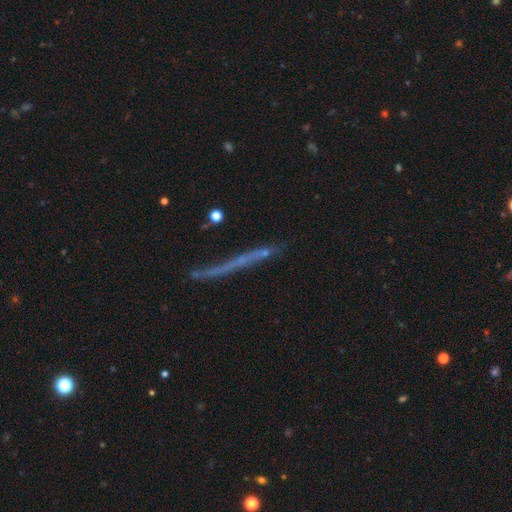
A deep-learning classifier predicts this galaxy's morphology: A featured or disk galaxy (49%).

Vote fractions:
- Smooth or featured? featured or disk: 49% / smooth: 37% / star or artifact: 14%
- Merging? none: 66% / minor disturbance: 18% / major disturbance: 11% / merger: 6%